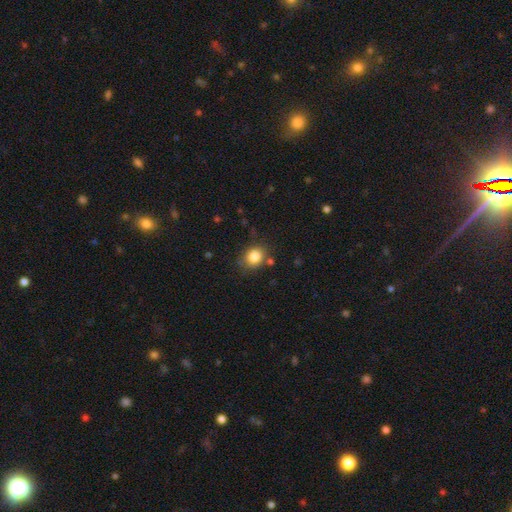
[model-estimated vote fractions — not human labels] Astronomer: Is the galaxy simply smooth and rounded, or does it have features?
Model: smooth — 84%.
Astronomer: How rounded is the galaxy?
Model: round — 66%.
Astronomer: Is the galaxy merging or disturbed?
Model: none — 79%.